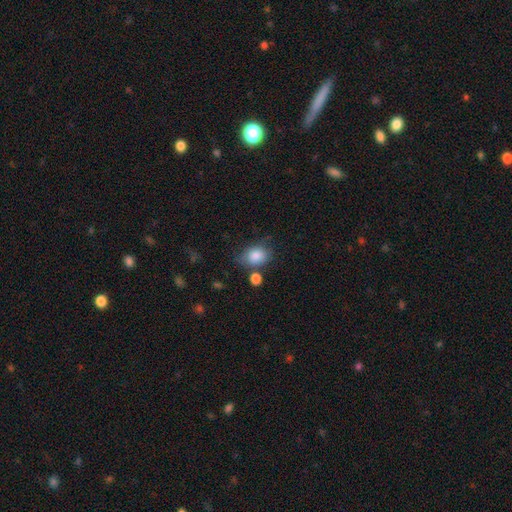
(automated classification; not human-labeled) This appears to be a smooth galaxy with no disk features (84%) that is in between round and cigar-shaped (62%). Merging: none (57%).